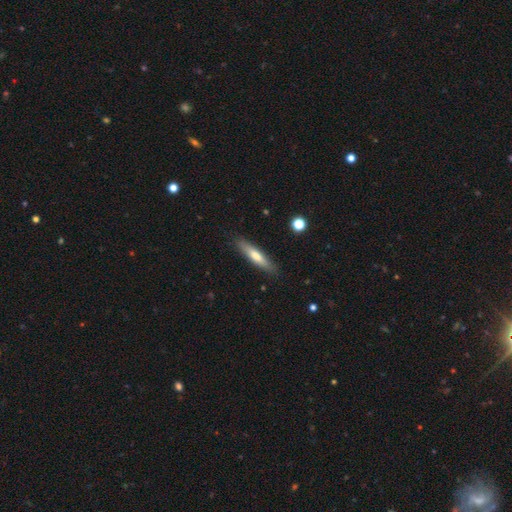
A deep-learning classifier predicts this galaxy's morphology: smooth-or-featured: smooth: 64% | featured or disk: 30% | star or artifact: 6%
  how-rounded: cigar-shaped: 84% | in between: 15% | round: 1%
  merging: none: 88% | minor disturbance: 9% | major disturbance: 2% | merger: 1%